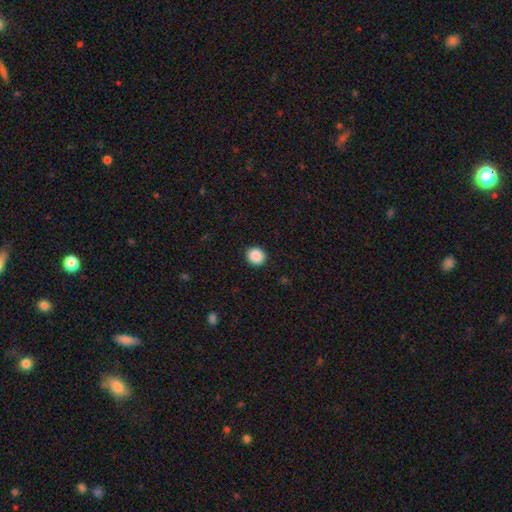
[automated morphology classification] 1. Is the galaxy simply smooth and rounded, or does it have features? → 89% smooth, 8% star or artifact, 2% featured or disk.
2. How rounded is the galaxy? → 83% round, 16% in between, 1% cigar-shaped.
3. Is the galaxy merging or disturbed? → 92% none, 6% minor disturbance, 2% major disturbance, 1% merger.